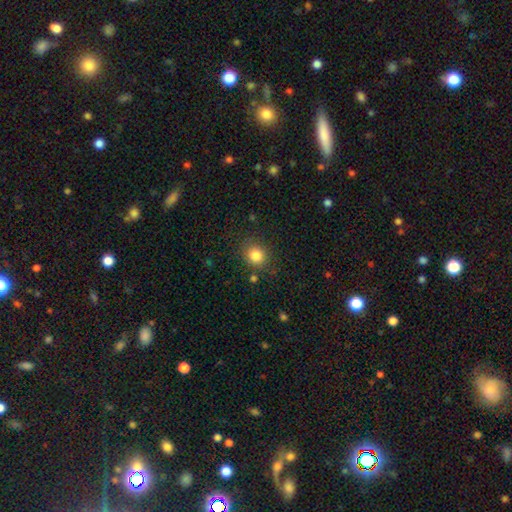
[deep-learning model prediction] Smooth or featured? Predicted: smooth (p=0.83). How rounded? Predicted: round (p=0.78). Merging? Predicted: none (p=0.83).